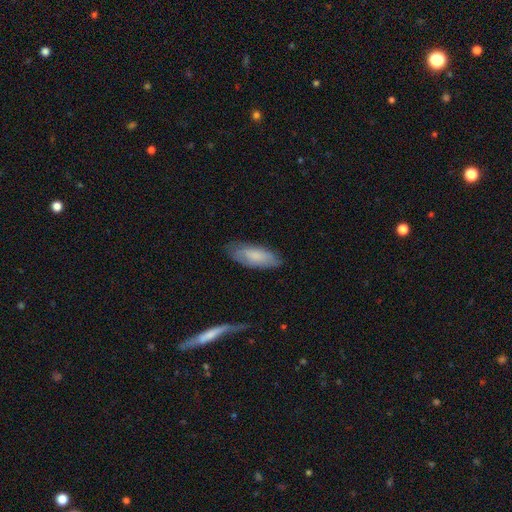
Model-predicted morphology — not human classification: Smooth or featured?
  - smooth: 71% *
  - featured or disk: 22%
  - star or artifact: 6%
How rounded?
  - in between: 74% *
  - cigar-shaped: 24%
  - round: 2%
Merging?
  - none: 72% *
  - minor disturbance: 22%
  - major disturbance: 5%
  - merger: 2%